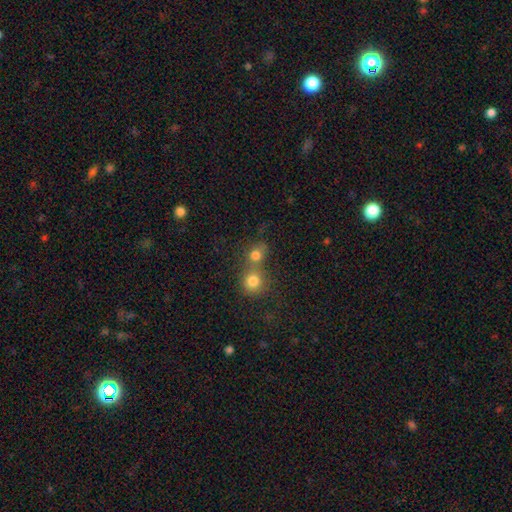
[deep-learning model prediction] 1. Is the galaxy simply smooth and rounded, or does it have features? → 76% smooth, 14% star or artifact, 10% featured or disk.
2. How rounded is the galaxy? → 77% round, 22% in between, 1% cigar-shaped.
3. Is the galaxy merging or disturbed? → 52% merger, 38% none, 7% minor disturbance, 3% major disturbance.